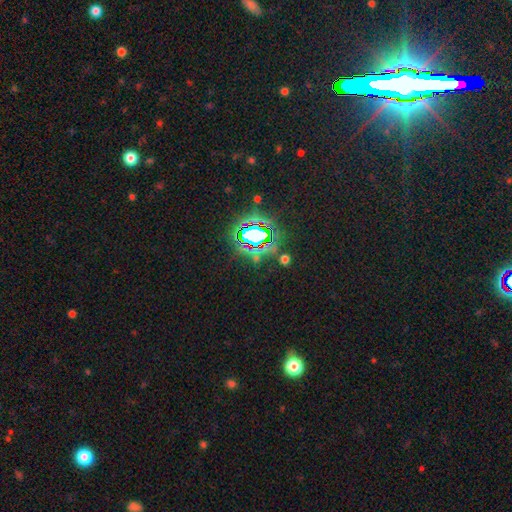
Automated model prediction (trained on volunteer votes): Morphology: type=star or artifact (77%).